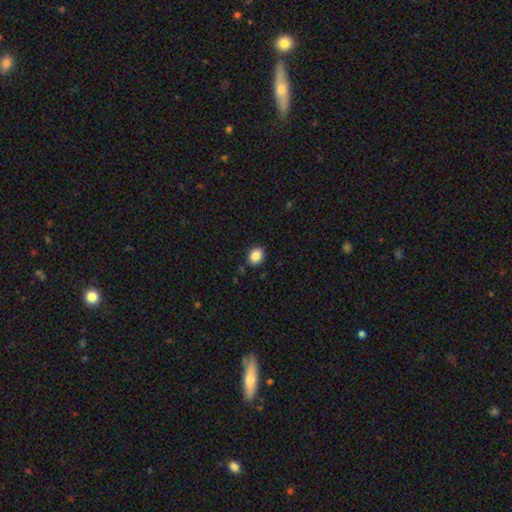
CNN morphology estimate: smooth 86%, star or artifact 9%, featured or disk 5%. Down the decision tree: how rounded — round (51%); merging — none (89%).